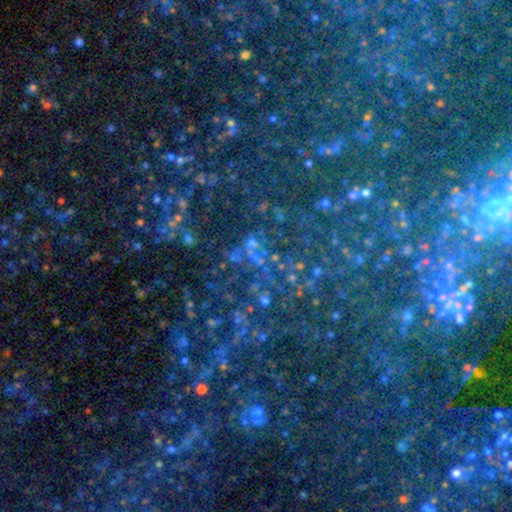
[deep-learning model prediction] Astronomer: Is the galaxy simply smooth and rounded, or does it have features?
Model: star or artifact — 79%.